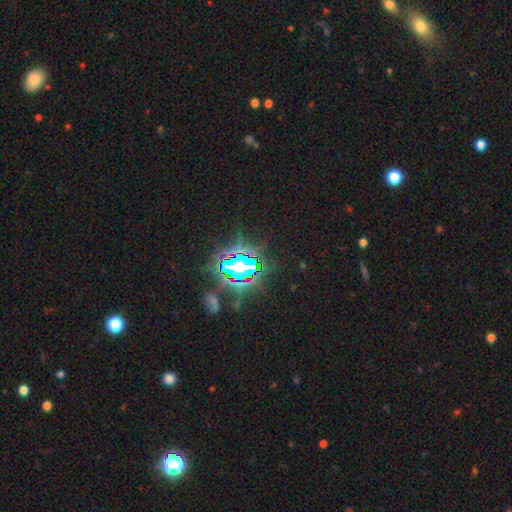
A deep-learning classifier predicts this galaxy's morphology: star or artifact 84%, smooth 10%, featured or disk 7%.